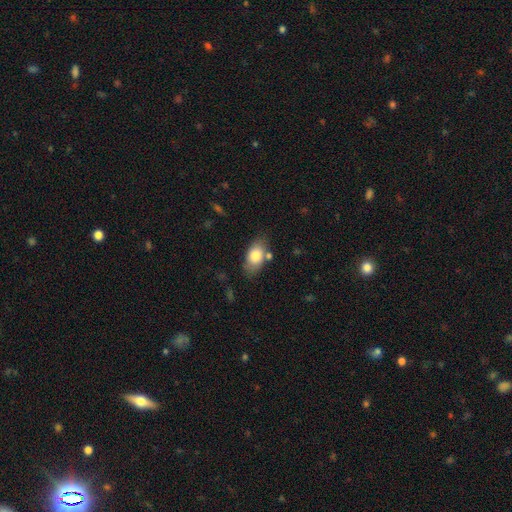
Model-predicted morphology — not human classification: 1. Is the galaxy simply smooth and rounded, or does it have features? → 79% smooth, 14% featured or disk, 7% star or artifact.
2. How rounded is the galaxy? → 90% in between, 7% round, 2% cigar-shaped.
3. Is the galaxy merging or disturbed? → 70% none, 18% minor disturbance, 7% merger, 5% major disturbance.